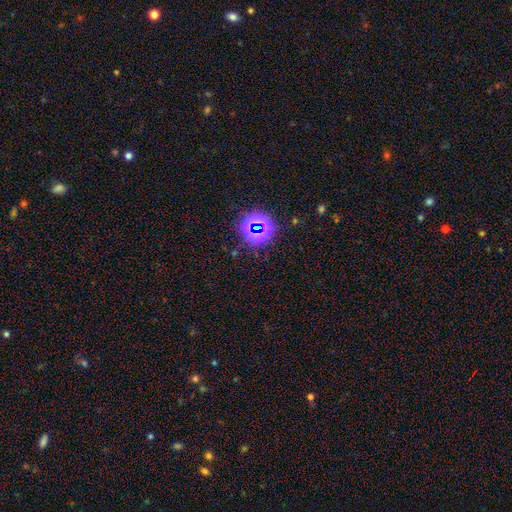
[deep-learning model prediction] star or artifact 73%, smooth 19%, featured or disk 8%.